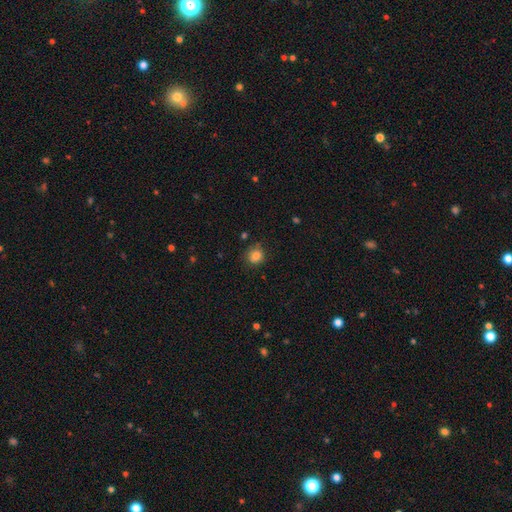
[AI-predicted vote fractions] A smooth galaxy with no disk features (83%) that is round (83%).

Vote fractions:
- Smooth or featured? smooth: 83% / star or artifact: 11% / featured or disk: 6%
- How rounded? round: 83% / in between: 16% / cigar-shaped: 1%
- Merging? none: 77% / minor disturbance: 17% / major disturbance: 4% / merger: 2%